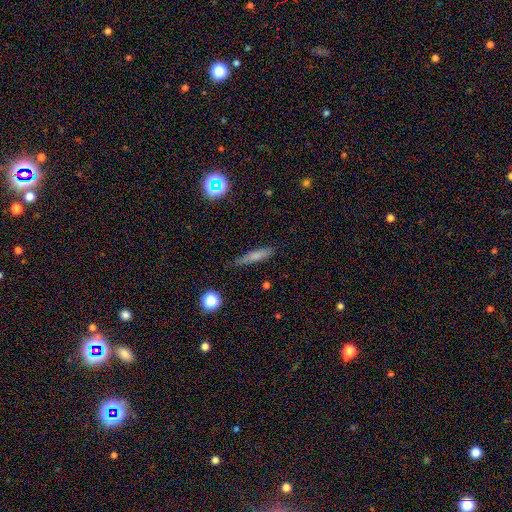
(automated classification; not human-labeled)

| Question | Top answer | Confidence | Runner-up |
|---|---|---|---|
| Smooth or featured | smooth | 68% | featured or disk (21%) |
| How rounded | cigar-shaped | 85% | in between (12%) |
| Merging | none | 79% | minor disturbance (16%) |